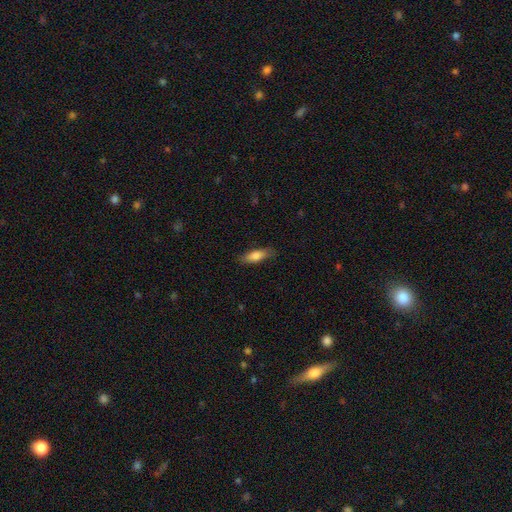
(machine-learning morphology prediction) Q: Smooth or featured?
A: smooth (77%); runner-up: featured or disk (16%)
Q: How rounded?
A: in between (55%); runner-up: cigar-shaped (43%)
Q: Merging?
A: none (82%); runner-up: minor disturbance (14%)